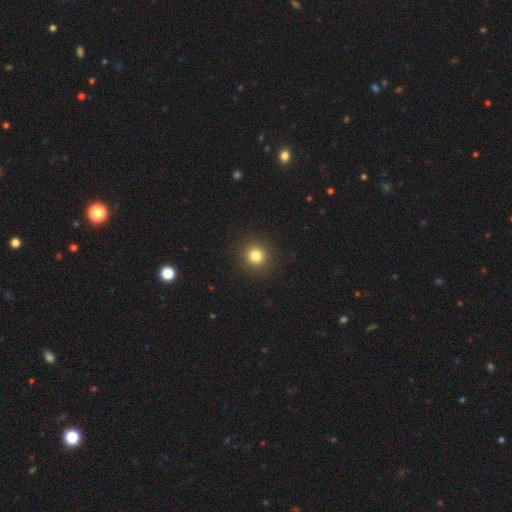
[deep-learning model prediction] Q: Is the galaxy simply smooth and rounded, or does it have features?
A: smooth — 81%.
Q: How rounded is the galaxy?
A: round — 93%.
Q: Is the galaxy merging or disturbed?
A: none — 92%.